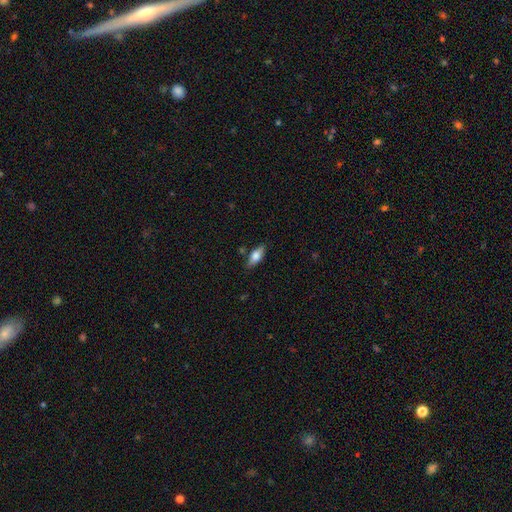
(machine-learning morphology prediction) The model was most divided on "smooth or featured": smooth: 71%, featured or disk: 22%, star or artifact: 7%. More confident: merging — none (80%); how rounded — in between (77%).